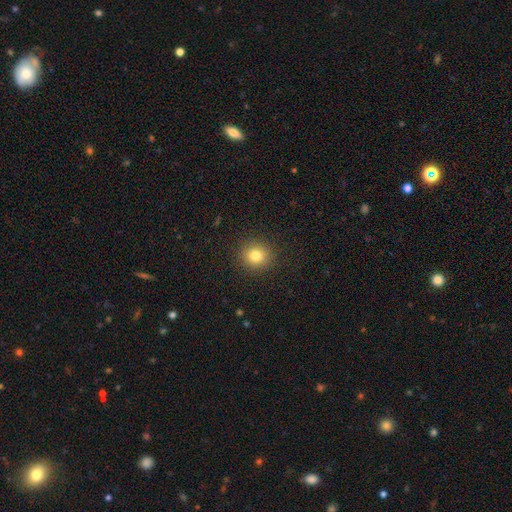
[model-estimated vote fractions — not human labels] Smooth or featured? smooth (80%)
How rounded? round (88%)
Merging? none (91%)